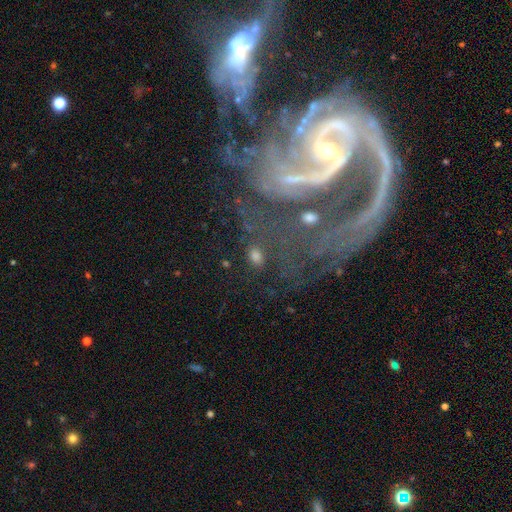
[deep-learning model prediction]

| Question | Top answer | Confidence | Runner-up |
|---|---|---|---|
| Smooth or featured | smooth | 44% | featured or disk (37%) |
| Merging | none | 65% | minor disturbance (16%) |